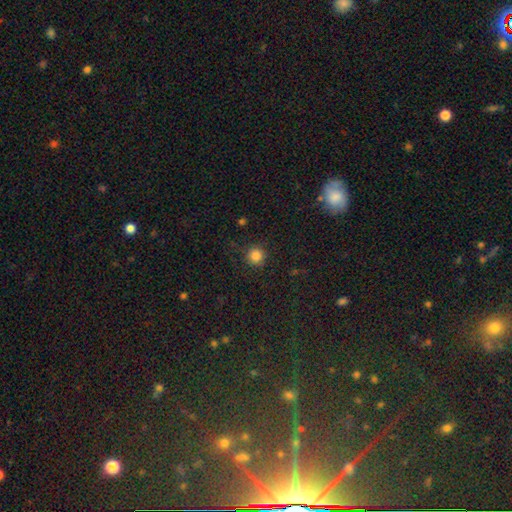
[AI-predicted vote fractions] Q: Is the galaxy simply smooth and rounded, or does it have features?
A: smooth — 84%.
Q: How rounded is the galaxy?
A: round — 95%.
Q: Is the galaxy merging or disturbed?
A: none — 89%.